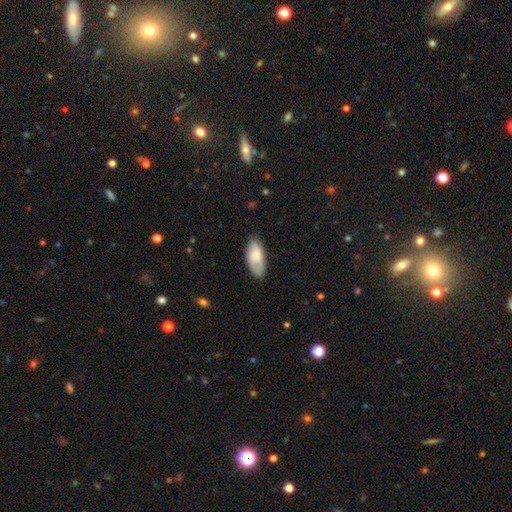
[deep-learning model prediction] A smooth galaxy with no disk features (74%) that is in between round and cigar-shaped (89%).

Vote fractions:
- Smooth or featured? smooth: 74% / featured or disk: 20% / star or artifact: 6%
- How rounded? in between: 89% / cigar-shaped: 9% / round: 2%
- Merging? none: 76% / minor disturbance: 19% / major disturbance: 4% / merger: 1%